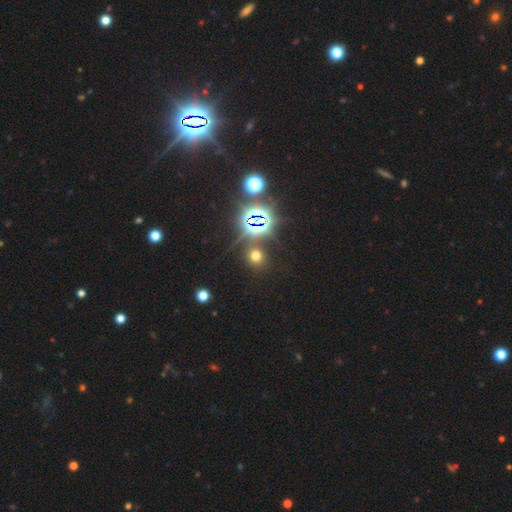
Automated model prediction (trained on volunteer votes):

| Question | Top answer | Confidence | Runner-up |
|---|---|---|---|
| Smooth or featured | smooth | 54% | star or artifact (39%) |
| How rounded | round | 84% | in between (15%) |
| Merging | none | 83% | minor disturbance (8%) |